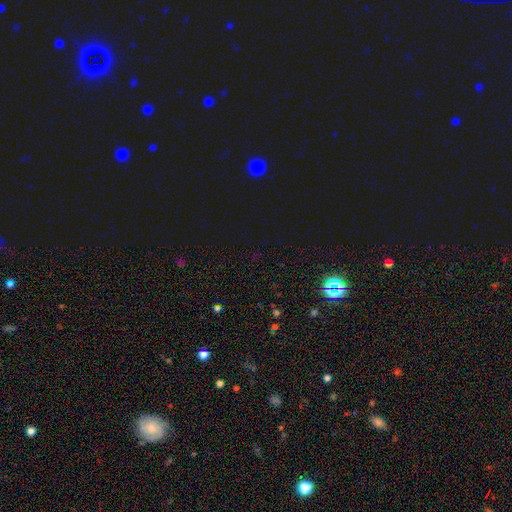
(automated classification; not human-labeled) smooth-or-featured: star or artifact: 75% | smooth: 18% | featured or disk: 7%